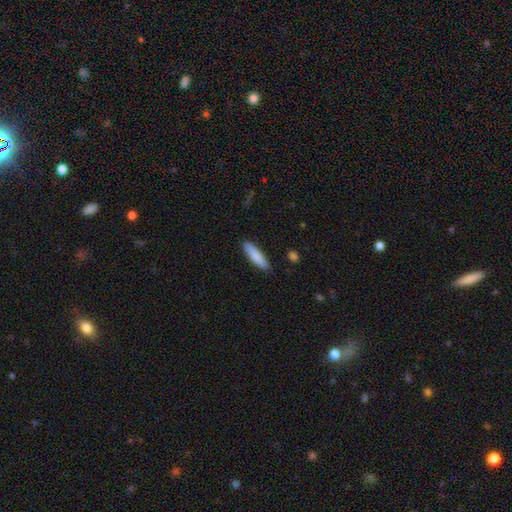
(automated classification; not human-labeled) A smooth galaxy with no disk features (86%) that is cigar-shaped (70%). Merging: none (88%).